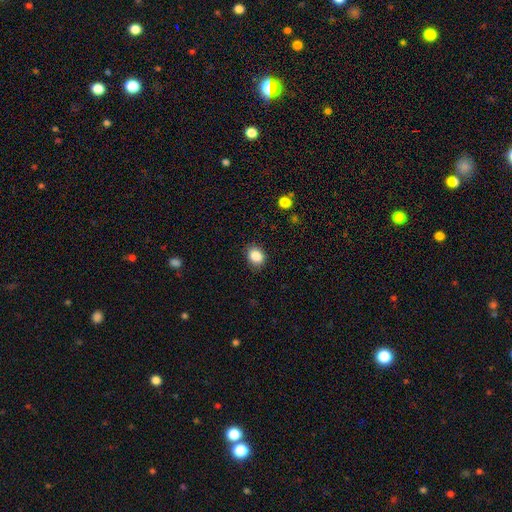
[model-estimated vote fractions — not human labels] smooth_or_featured: smooth (p=0.87) [alt: star or artifact p=0.09]
how_rounded: round (p=0.51) [alt: in between p=0.49]
merging: none (p=0.84) [alt: minor disturbance p=0.12]